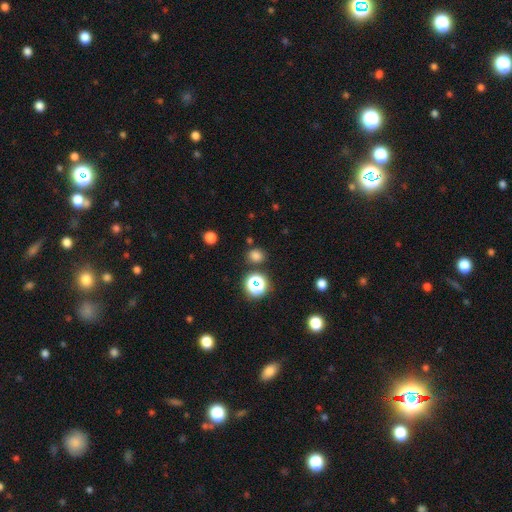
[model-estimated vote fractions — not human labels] Smooth or featured? Predicted: smooth (p=0.72). How rounded? Predicted: round (p=0.73). Merging? Predicted: none (p=0.81).